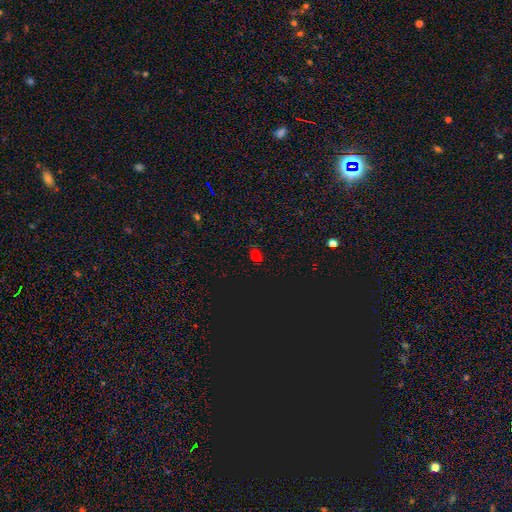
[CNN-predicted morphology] type=smooth (54%); roundness=in between (66%); merging=none (77%).